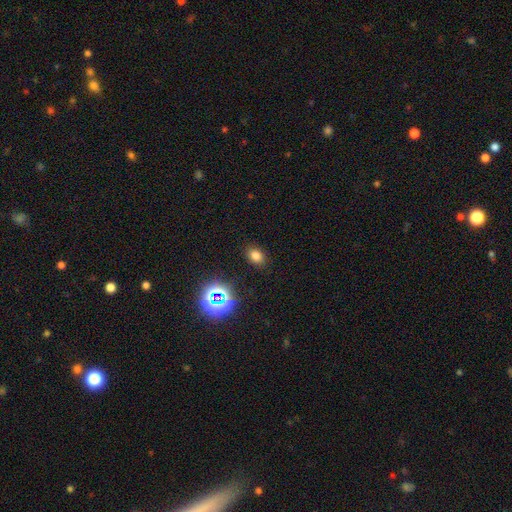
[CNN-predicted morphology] Smooth or featured?
  - smooth: 73% *
  - star or artifact: 20%
  - featured or disk: 6%
How rounded?
  - in between: 66% *
  - round: 33%
  - cigar-shaped: 1%
Merging?
  - none: 87% *
  - minor disturbance: 9%
  - major disturbance: 3%
  - merger: 1%